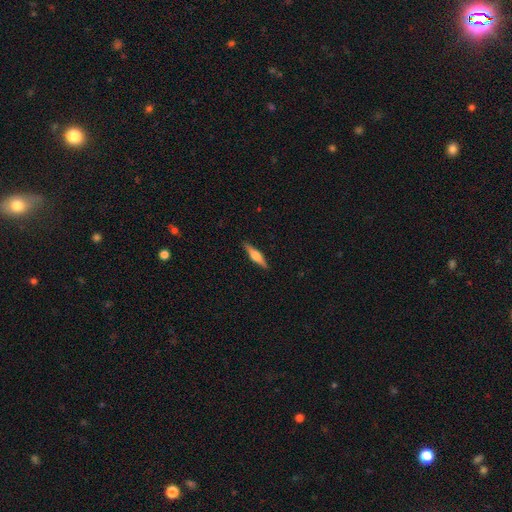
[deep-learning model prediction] Smooth or featured?
  - featured or disk: 59% *
  - smooth: 36%
  - star or artifact: 6%
Edge-on disk?
  - yes: 97% *
  - no: 3%
Edge-on bulge?
  - rounded: 89% *
  - boxy: 8%
  - none: 3%
Merging?
  - none: 90% *
  - minor disturbance: 7%
  - major disturbance: 2%
  - merger: 1%